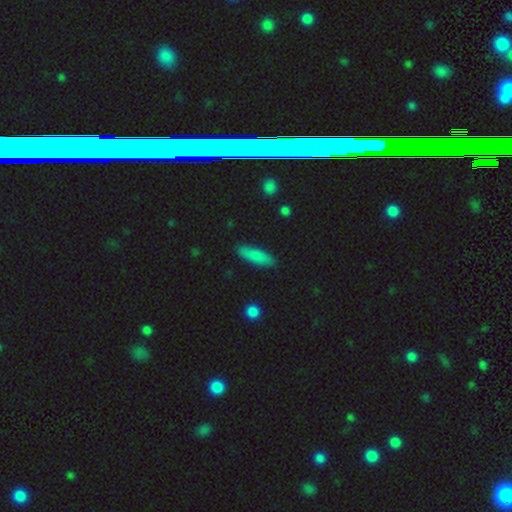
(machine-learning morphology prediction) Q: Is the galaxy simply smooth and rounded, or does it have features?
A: smooth — 83%.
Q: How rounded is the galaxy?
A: cigar-shaped — 54%.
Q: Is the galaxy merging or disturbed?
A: none — 86%.